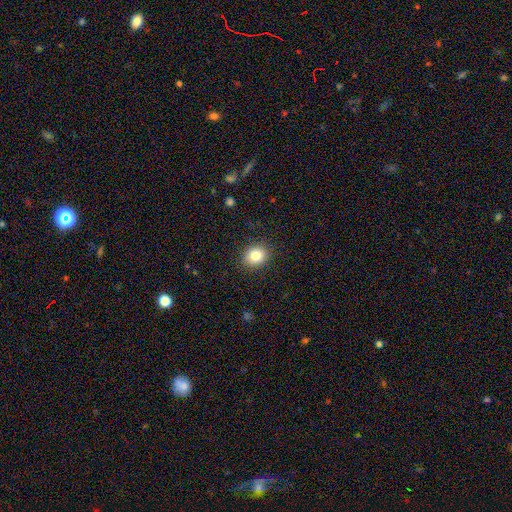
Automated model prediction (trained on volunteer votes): Smooth or featured? Predicted: smooth (p=0.84). How rounded? Predicted: round (p=0.61). Merging? Predicted: none (p=0.89).